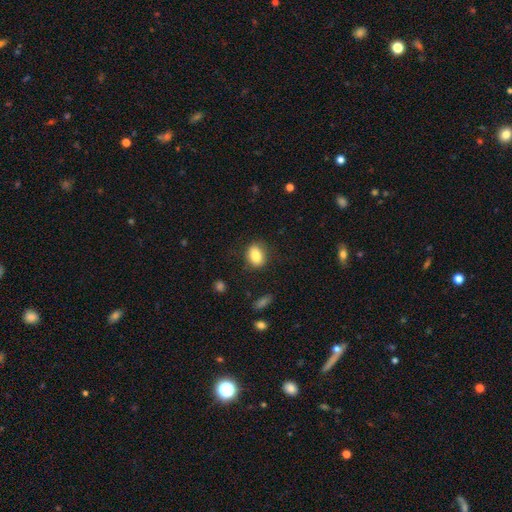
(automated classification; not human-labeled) Smooth or featured? Predicted: smooth (p=0.85). How rounded? Predicted: in between (p=0.75). Merging? Predicted: none (p=0.81).